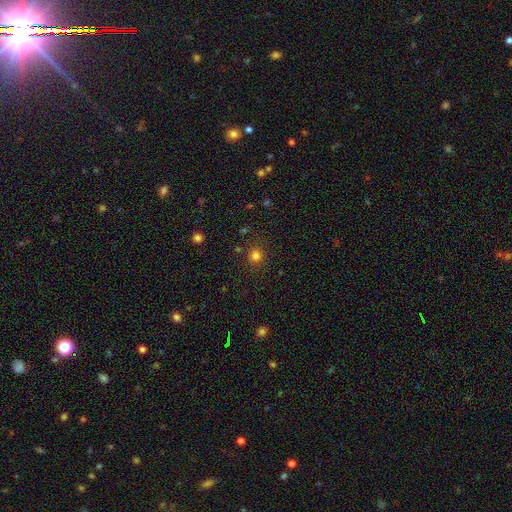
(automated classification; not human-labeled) This is likely a smooth galaxy (79%). How rounded: clearly round (86%). Merging: clearly none (84%).